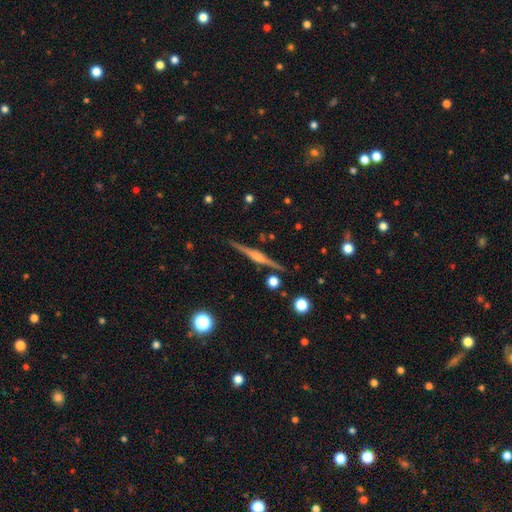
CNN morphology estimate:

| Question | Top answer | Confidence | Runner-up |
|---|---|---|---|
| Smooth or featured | featured or disk | 81% | smooth (11%) |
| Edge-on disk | yes | 98% | no (2%) |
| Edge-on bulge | rounded | 77% | boxy (12%) |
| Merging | none | 90% | minor disturbance (6%) |